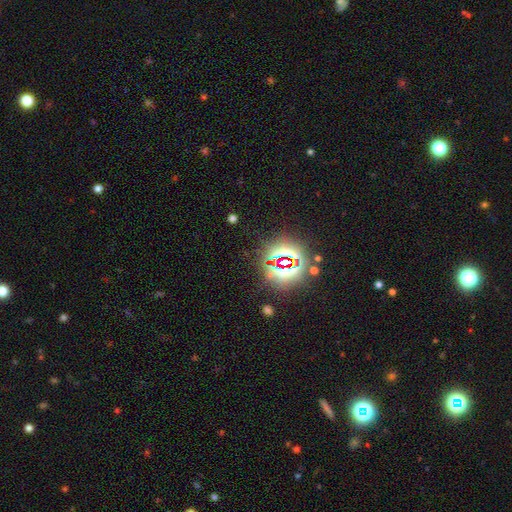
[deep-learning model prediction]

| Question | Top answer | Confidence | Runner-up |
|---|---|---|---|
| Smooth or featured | star or artifact | 81% | smooth (11%) |